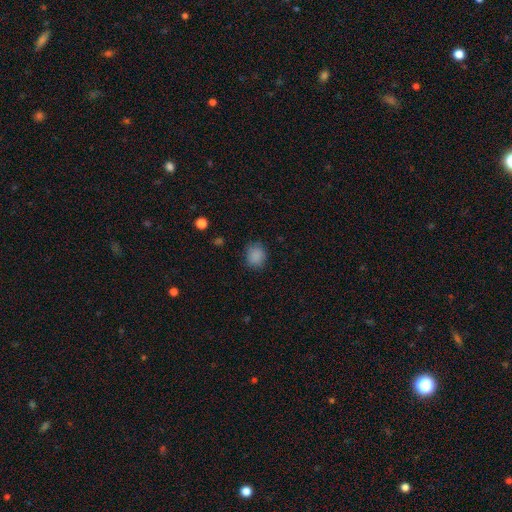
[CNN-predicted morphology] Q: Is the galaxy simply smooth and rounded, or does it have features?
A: smooth — 86%.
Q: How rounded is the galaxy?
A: round — 69%.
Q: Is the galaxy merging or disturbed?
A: none — 81%.